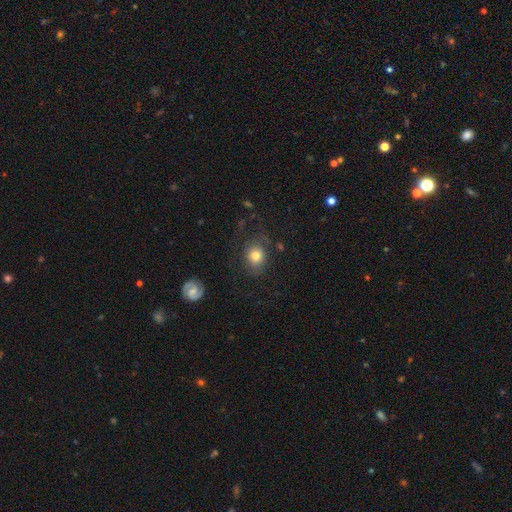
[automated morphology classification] The model was most divided on "how rounded": round: 63%, in between: 36%, cigar-shaped: 1%. More confident: smooth or featured — smooth (75%); merging — none (72%).